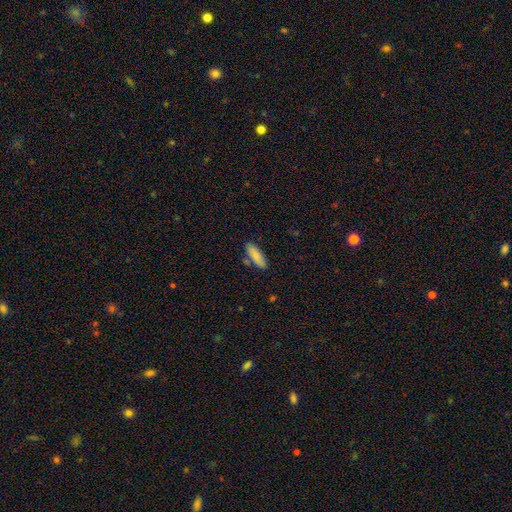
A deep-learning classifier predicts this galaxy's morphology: Overall: smooth (86%). How rounded: in between (56%; cigar-shaped 43%). Merging: none (78%).